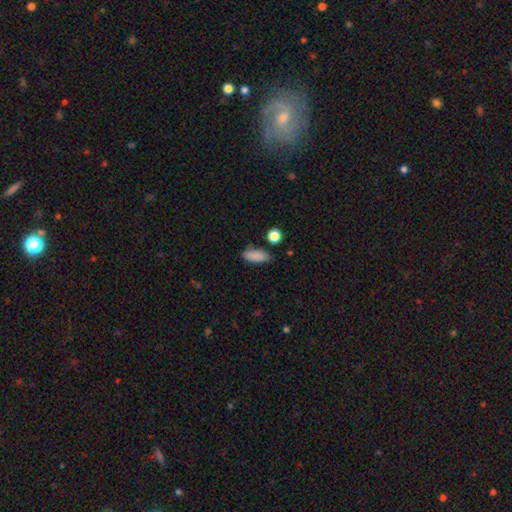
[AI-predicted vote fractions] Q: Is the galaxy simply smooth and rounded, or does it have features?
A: smooth — 87%.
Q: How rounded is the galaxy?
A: in between — 82%.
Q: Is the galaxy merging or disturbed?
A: none — 76%.